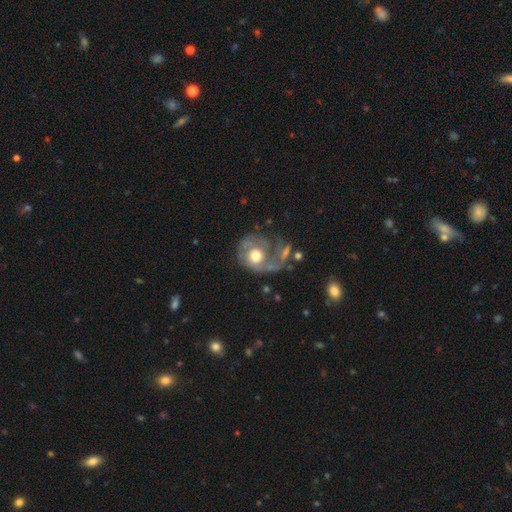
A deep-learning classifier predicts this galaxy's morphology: Smooth or featured: featured or disk — 72% (smooth — 22%)
Edge-on disk: no — 98% (yes — 2%)
Bar: no — 80% (weak — 17%)
Spiral arms: yes — 80% (no — 20%)
Spiral winding: tight — 45% (medium — 36%)
Spiral arm count: 2 — 40% (1 — 29%)
Bulge size: moderate — 63% (large — 27%)
Merging: none — 39% (major disturbance — 29%)